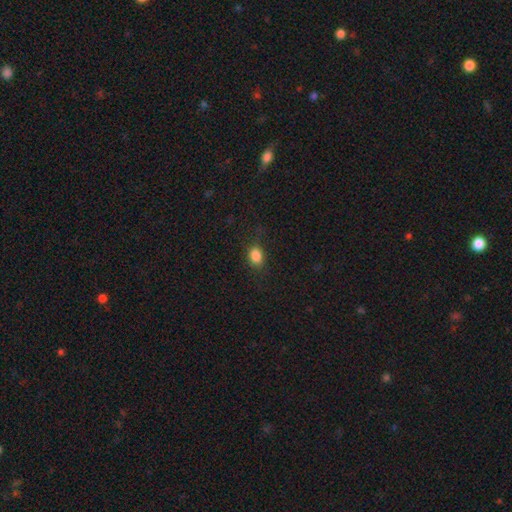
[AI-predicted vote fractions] Smooth or featured?
  - smooth: 85% *
  - star or artifact: 11%
  - featured or disk: 4%
How rounded?
  - in between: 66% *
  - round: 33%
  - cigar-shaped: 2%
Merging?
  - none: 81% *
  - minor disturbance: 13%
  - major disturbance: 4%
  - merger: 1%